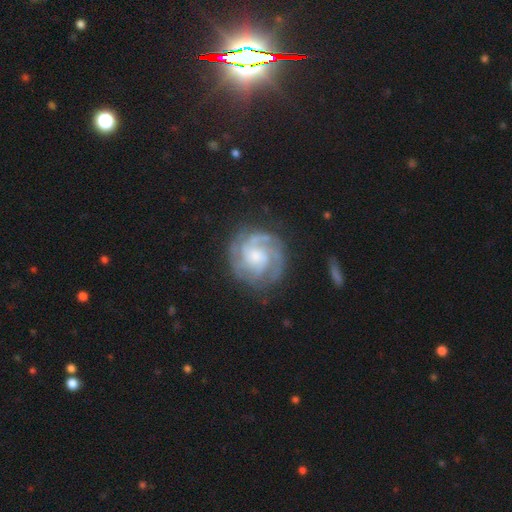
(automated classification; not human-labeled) Smooth or featured? Predicted: featured or disk (p=0.85). Edge-on disk? Predicted: no (p=0.98). Bar? Predicted: no (p=0.65). Spiral arms? Predicted: yes (p=0.96). Spiral winding? Predicted: tight (p=0.61). Spiral arm count? Predicted: 3 (p=0.37). Bulge size? Predicted: small (p=0.41). Merging? Predicted: none (p=0.76).